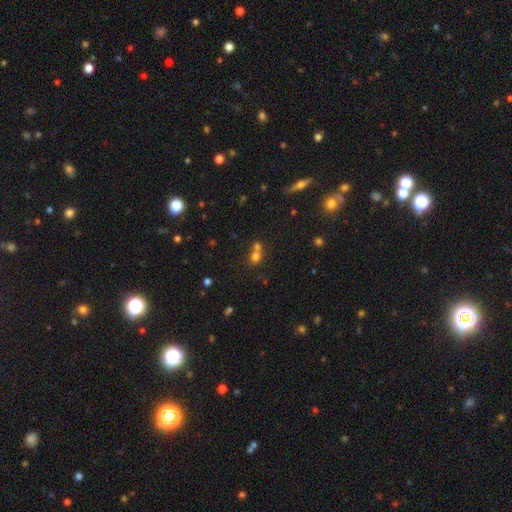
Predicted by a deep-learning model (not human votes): Smooth or featured? smooth (67%)
How rounded? round (75%)
Merging? merger (54%)